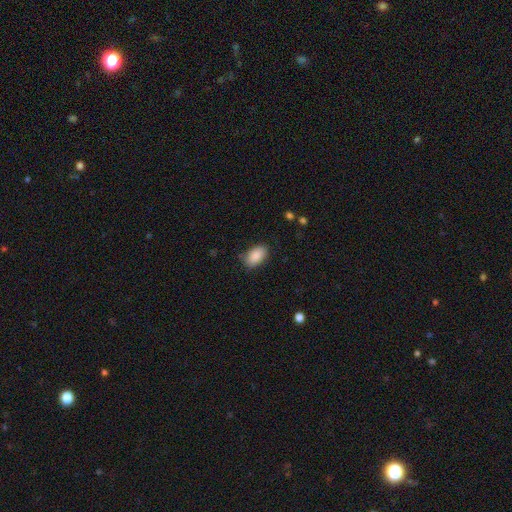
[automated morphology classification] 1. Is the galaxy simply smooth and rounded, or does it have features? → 89% smooth, 7% star or artifact, 4% featured or disk.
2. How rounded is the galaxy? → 93% in between, 6% round, 1% cigar-shaped.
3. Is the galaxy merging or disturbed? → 83% none, 13% minor disturbance, 3% major disturbance, 1% merger.